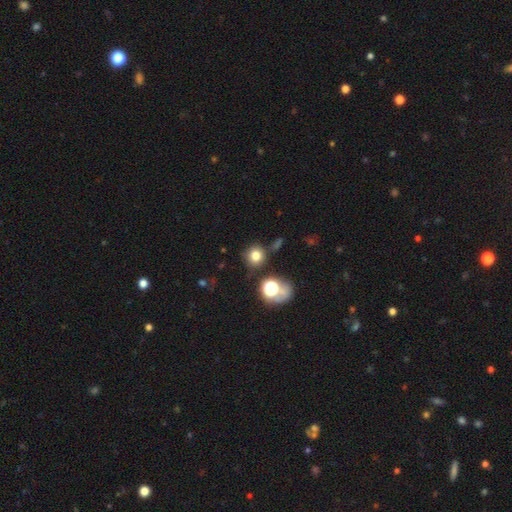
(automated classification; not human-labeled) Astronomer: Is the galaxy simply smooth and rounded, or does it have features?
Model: smooth — 74%.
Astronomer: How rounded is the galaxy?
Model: round — 87%.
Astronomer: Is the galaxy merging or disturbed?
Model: none — 78%.